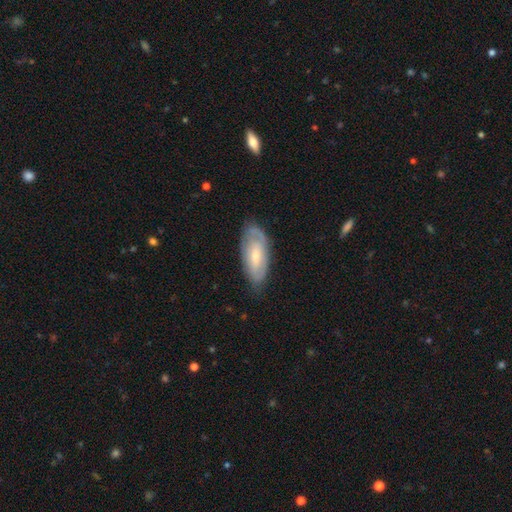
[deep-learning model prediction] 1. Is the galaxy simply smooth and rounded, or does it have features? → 53% featured or disk, 41% smooth, 6% star or artifact.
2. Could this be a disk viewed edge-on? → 86% no, 14% yes.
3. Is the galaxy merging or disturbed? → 71% none, 22% minor disturbance, 6% major disturbance, 1% merger.